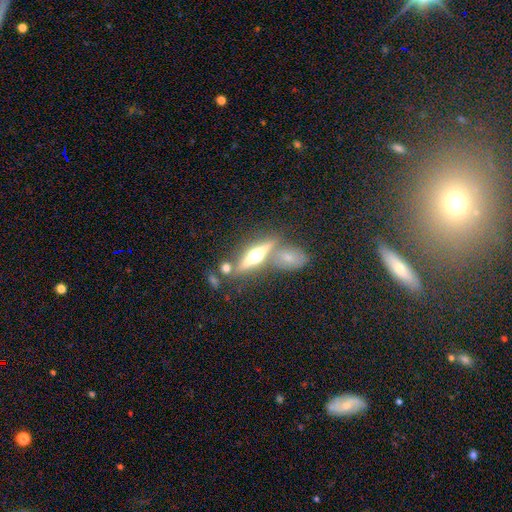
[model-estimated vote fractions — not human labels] Smooth or featured? Predicted: featured or disk (p=0.72). Edge-on disk? Predicted: yes (p=0.94). Edge-on bulge? Predicted: rounded (p=0.95). Merging? Predicted: none (p=0.66).